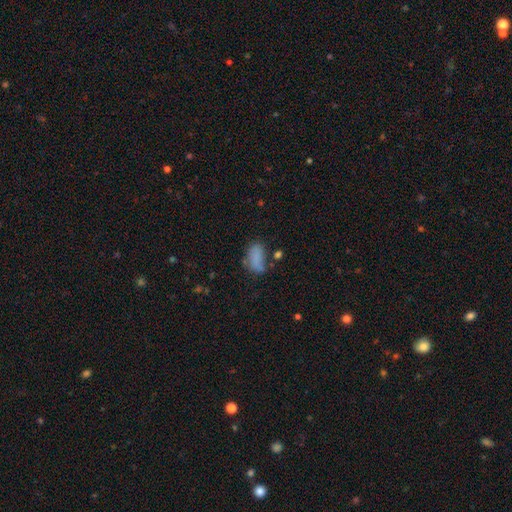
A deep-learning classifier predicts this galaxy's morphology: A smooth galaxy with no disk features (75%) that is in between round and cigar-shaped (88%).

Vote fractions:
- Smooth or featured? smooth: 75% / star or artifact: 14% / featured or disk: 11%
- How rounded? in between: 88% / cigar-shaped: 6% / round: 5%
- Merging? none: 50% / minor disturbance: 25% / major disturbance: 15% / merger: 10%